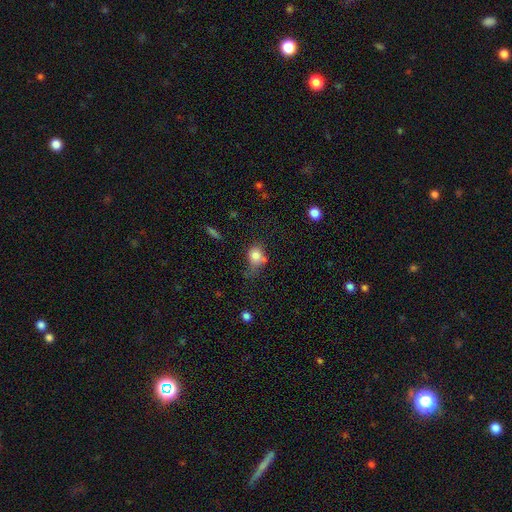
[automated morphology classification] This appears to be a smooth galaxy with no disk features (78%) that is round (58%). Merging: none (41%).